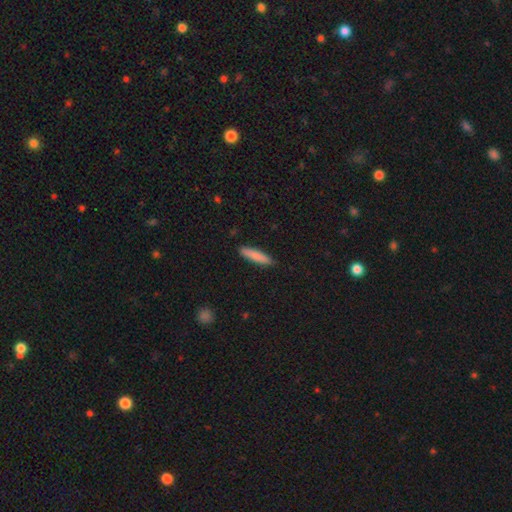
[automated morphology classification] Smooth or featured? smooth (84%)
How rounded? cigar-shaped (83%)
Merging? none (89%)